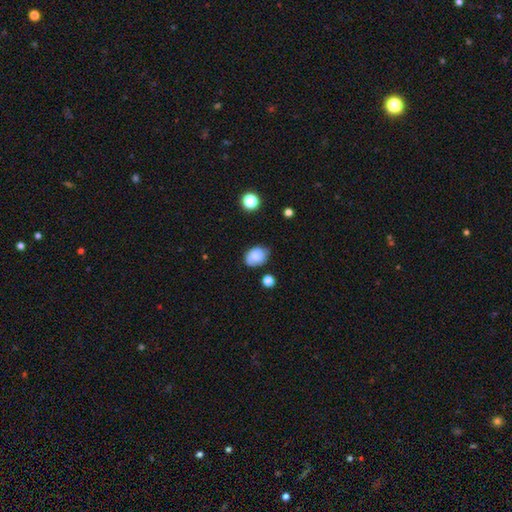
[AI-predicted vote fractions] A smooth galaxy with no disk features (70%) that is in between round and cigar-shaped (64%). Merging: none (63%).